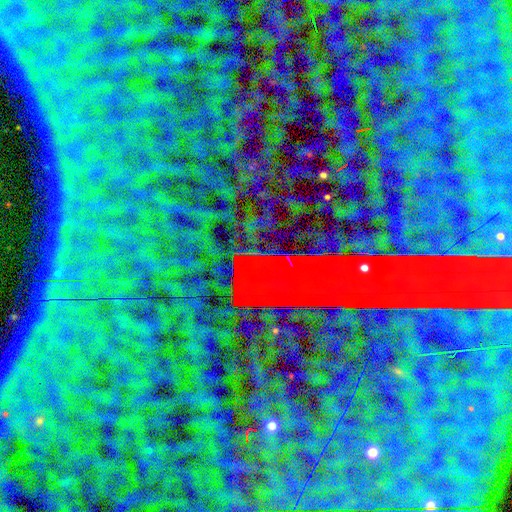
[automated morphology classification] Smooth or featured: star or artifact — 85% (featured or disk — 7%)